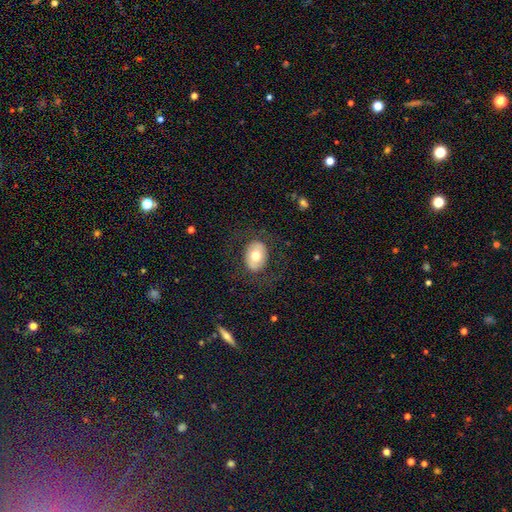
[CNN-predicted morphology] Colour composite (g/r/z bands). It shows a smooth galaxy with no disk features (61%) that is in between round and cigar-shaped (68%). Merging: none (78%).